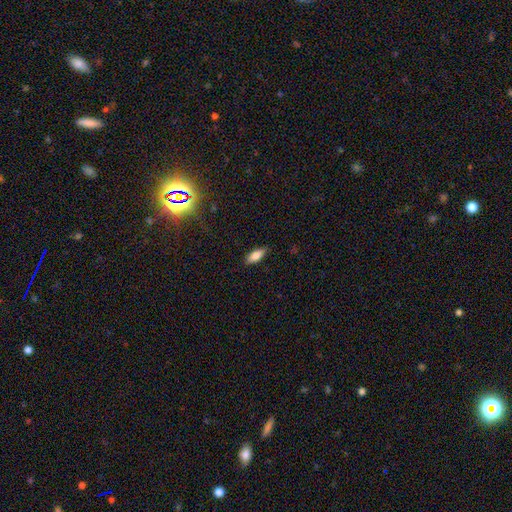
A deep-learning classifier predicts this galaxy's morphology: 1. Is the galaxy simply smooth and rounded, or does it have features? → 79% smooth, 14% featured or disk, 7% star or artifact.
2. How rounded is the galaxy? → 75% in between, 23% cigar-shaped, 2% round.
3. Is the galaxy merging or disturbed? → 86% none, 11% minor disturbance, 2% major disturbance, 1% merger.